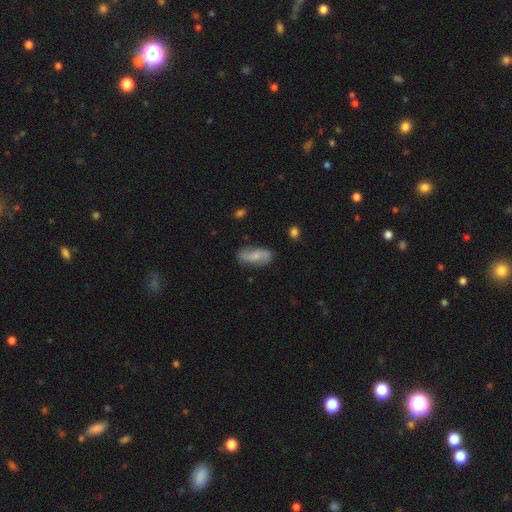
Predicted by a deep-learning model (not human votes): A featured or disk galaxy (48%). Merging: none (76%).